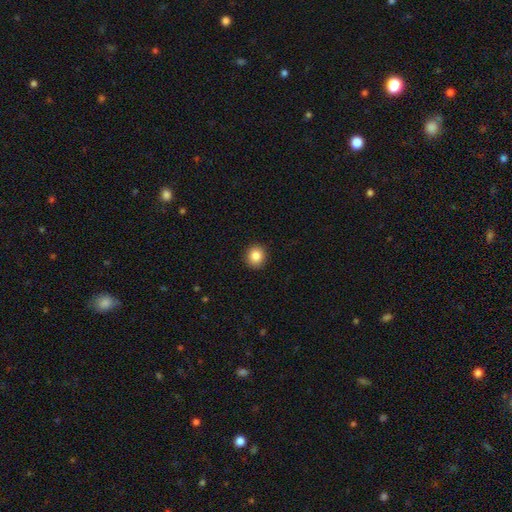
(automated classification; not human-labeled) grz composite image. It shows a smooth galaxy with no disk features (85%) that is round (81%). Merging: none (92%).